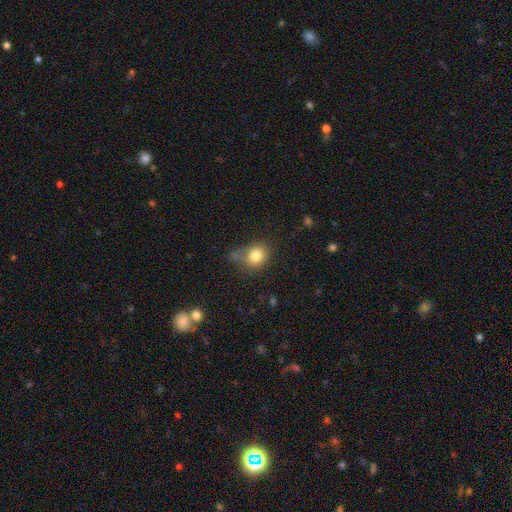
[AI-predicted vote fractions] Morphology: type=smooth (80%); roundness=round (69%); merging=none (54%).